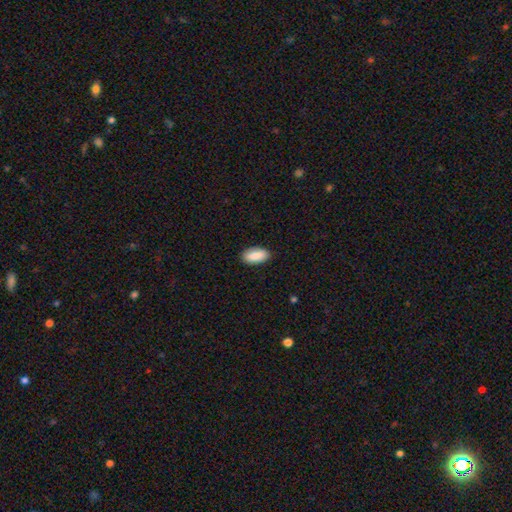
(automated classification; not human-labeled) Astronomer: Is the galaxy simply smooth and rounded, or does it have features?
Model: smooth — 88%.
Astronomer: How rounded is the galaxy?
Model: in between — 91%.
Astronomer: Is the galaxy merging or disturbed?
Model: none — 87%.